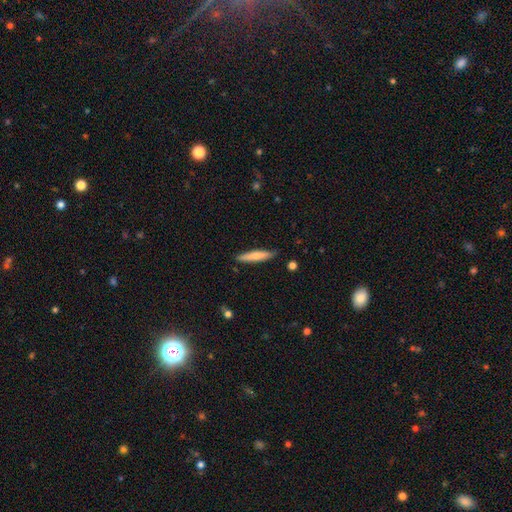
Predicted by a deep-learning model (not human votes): This is likely a smooth galaxy (69%). How rounded: clearly cigar-shaped (90%). Merging: clearly none (88%).